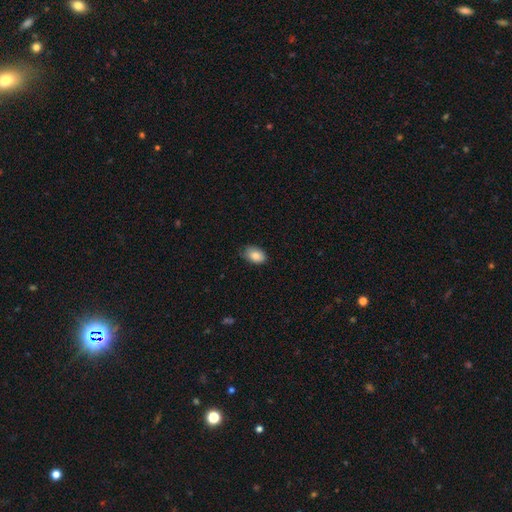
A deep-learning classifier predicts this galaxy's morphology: Smooth or featured? Predicted: smooth (p=0.85). How rounded? Predicted: in between (p=0.86). Merging? Predicted: none (p=0.76).